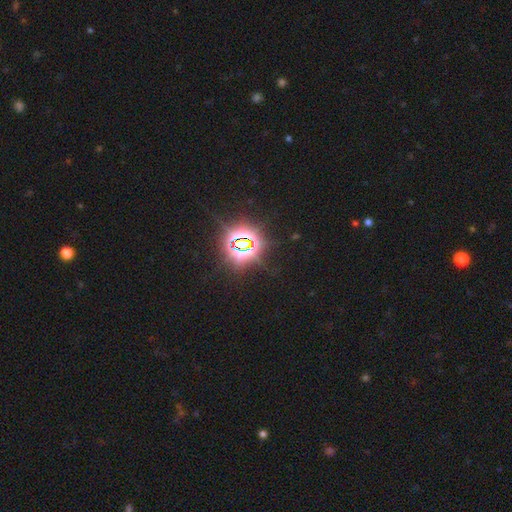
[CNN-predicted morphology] Q: Smooth or featured?
A: star or artifact (83%); runner-up: smooth (10%)